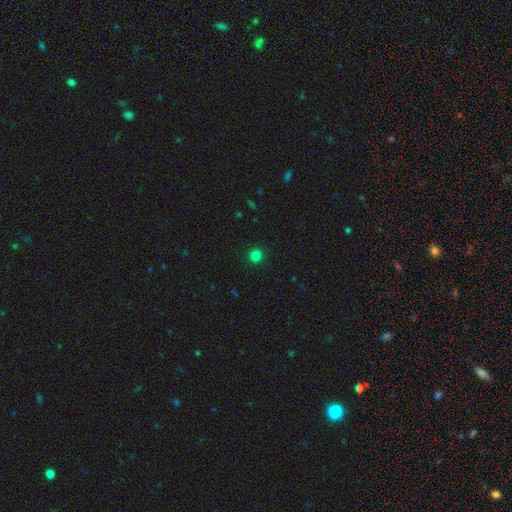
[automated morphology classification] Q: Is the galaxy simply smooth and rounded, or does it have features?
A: smooth — 81%.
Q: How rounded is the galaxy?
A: round — 95%.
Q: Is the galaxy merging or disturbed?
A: none — 93%.